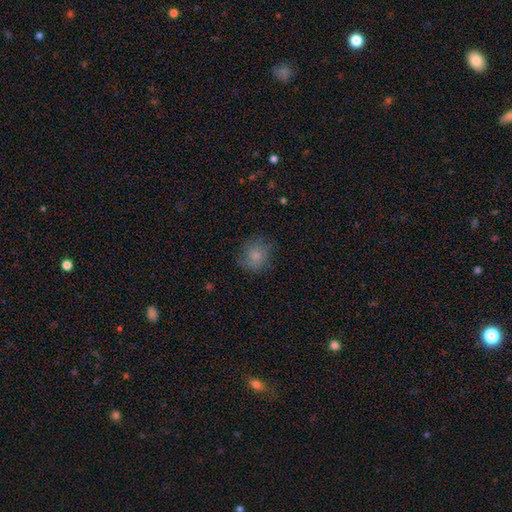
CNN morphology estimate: smooth-or-featured: smooth: 77% | featured or disk: 12% | star or artifact: 10%
  how-rounded: round: 82% | in between: 17% | cigar-shaped: 1%
  merging: none: 72% | minor disturbance: 19% | major disturbance: 8% | merger: 1%